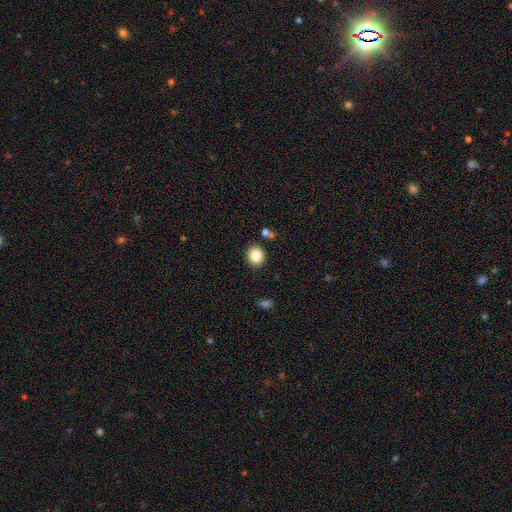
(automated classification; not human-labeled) This is clearly a smooth galaxy (86%). How rounded: likely round (78%). Merging: clearly none (87%).